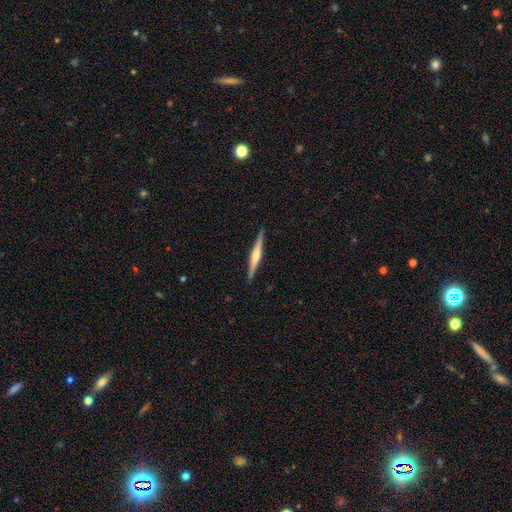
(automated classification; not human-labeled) Smooth or featured: featured or disk — 72% (smooth — 23%)
Edge-on disk: yes — 98% (no — 2%)
Edge-on bulge: rounded — 73% (none — 14%)
Merging: none — 91% (minor disturbance — 6%)